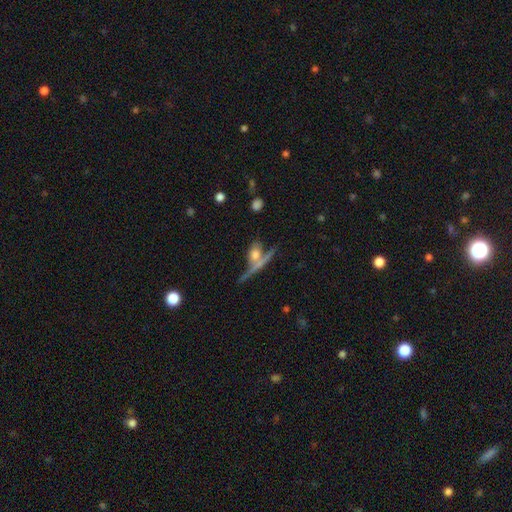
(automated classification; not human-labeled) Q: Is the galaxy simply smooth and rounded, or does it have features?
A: smooth — 48%.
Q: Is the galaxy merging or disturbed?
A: none — 44%.